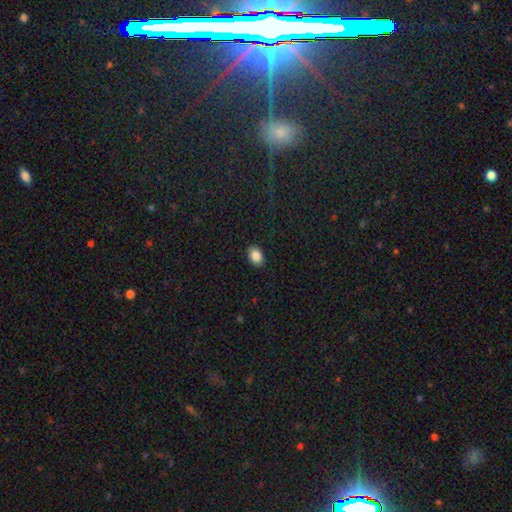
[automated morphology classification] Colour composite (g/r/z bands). It shows a smooth galaxy with no disk features (87%) that is in between round and cigar-shaped (78%). Merging: none (89%).